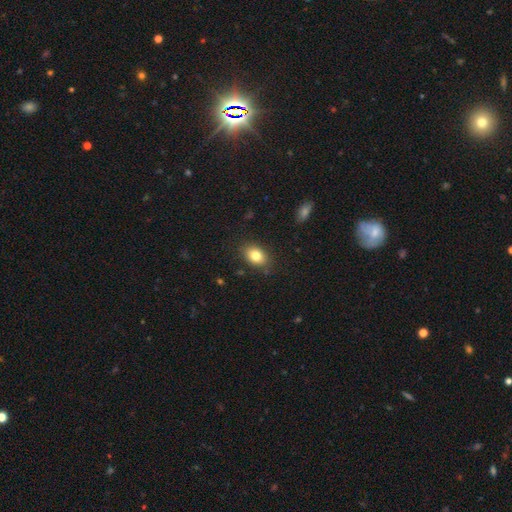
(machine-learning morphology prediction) The model was most divided on "how rounded": in between: 78%, round: 20%, cigar-shaped: 1%. More confident: merging — none (85%); smooth or featured — smooth (82%).